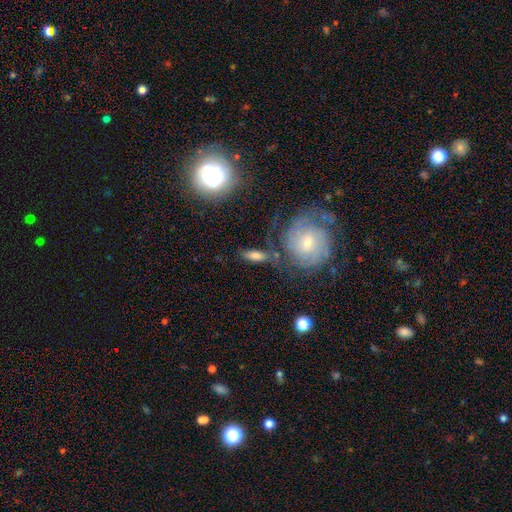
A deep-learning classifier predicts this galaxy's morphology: This appears to be a smooth galaxy with no disk features (61%) that is in between round and cigar-shaped (61%). Merging: none (60%).